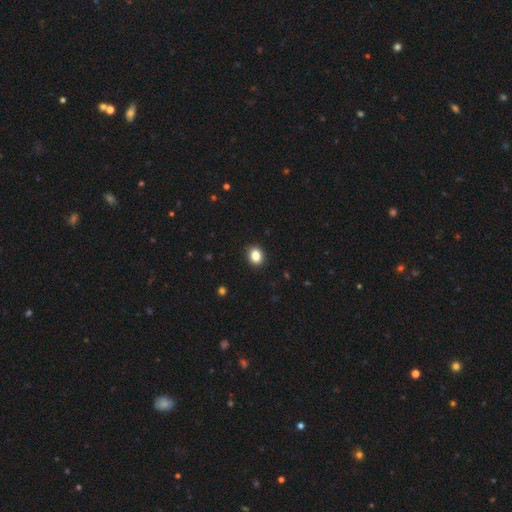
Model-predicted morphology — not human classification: This is clearly a smooth galaxy (85%). How rounded: likely round (60%). Merging: clearly none (91%).